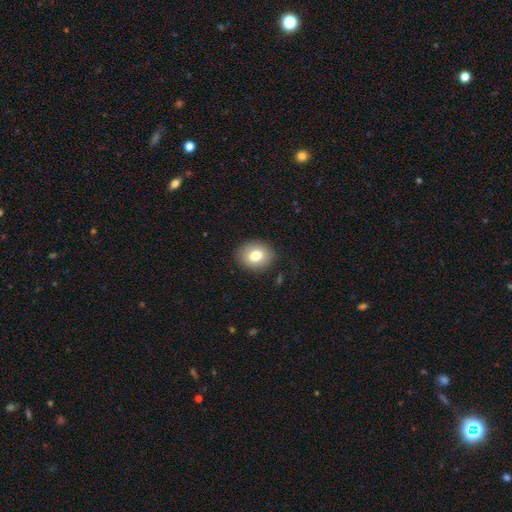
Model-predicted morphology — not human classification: A smooth galaxy with no disk features (77%) that is round (55%). Merging: none (87%).